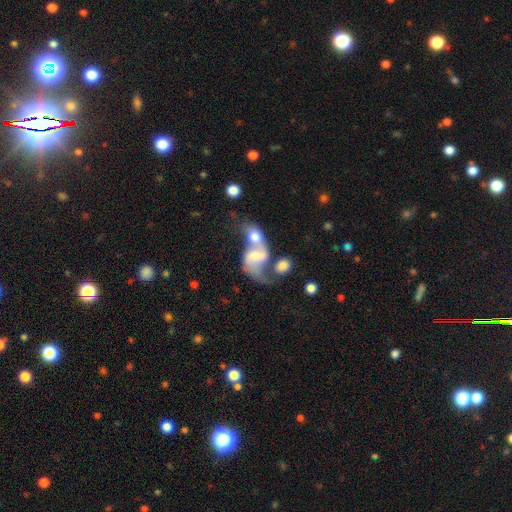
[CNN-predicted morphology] Q: Smooth or featured?
A: featured or disk (66%); runner-up: smooth (26%)
Q: Edge-on disk?
A: no (96%); runner-up: yes (4%)
Q: Bar?
A: no (47%); runner-up: weak (36%)
Q: Spiral arms?
A: yes (80%); runner-up: no (20%)
Q: Spiral winding?
A: loose (71%); runner-up: medium (24%)
Q: Spiral arm count?
A: 2 (79%); runner-up: 1 (12%)
Q: Bulge size?
A: moderate (44%); runner-up: small (37%)
Q: Merging?
A: merger (72%); runner-up: none (13%)